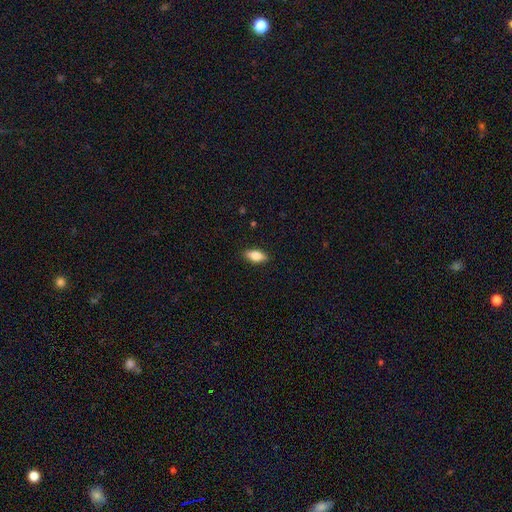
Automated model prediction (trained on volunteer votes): Overall: smooth (79%). How rounded: in between (85%). Merging: none (89%).